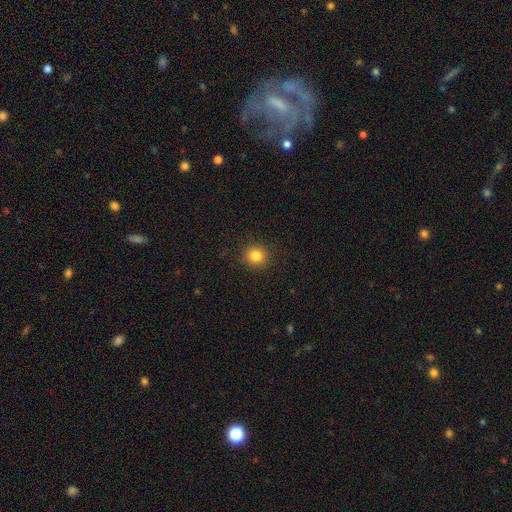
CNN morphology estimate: Smooth or featured: smooth — 83% (star or artifact — 12%)
How rounded: round — 92% (in between — 7%)
Merging: none — 91% (minor disturbance — 6%)